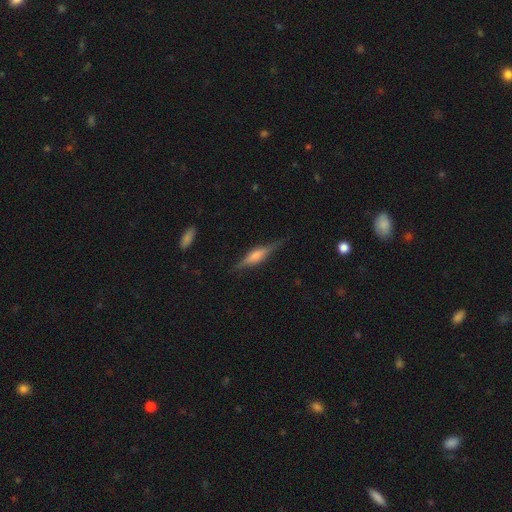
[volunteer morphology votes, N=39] This is likely a featured or disk galaxy (79%). It is clearly viewed edge-on (100%). Edge-on bulge: possibly rounded (58%). Merging: clearly none (89%).